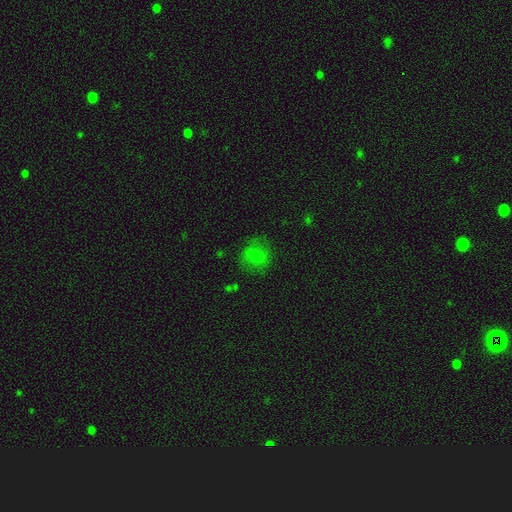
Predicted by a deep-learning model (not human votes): smooth-or-featured: smooth: 65% | featured or disk: 20% | star or artifact: 14%
  how-rounded: round: 70% | in between: 29% | cigar-shaped: 1%
  merging: none: 74% | minor disturbance: 17% | major disturbance: 7% | merger: 2%